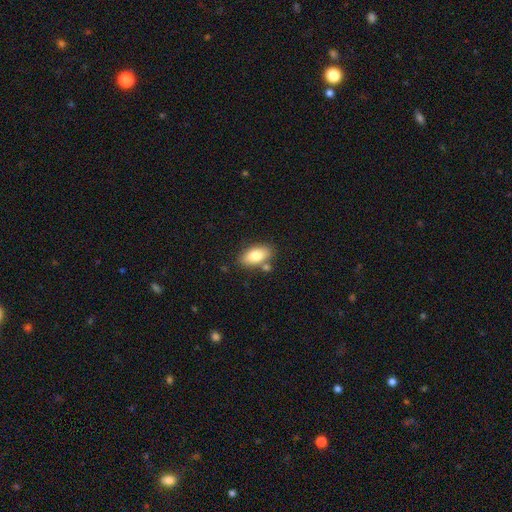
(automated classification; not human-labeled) Smooth or featured? smooth (81%)
How rounded? in between (91%)
Merging? none (75%)